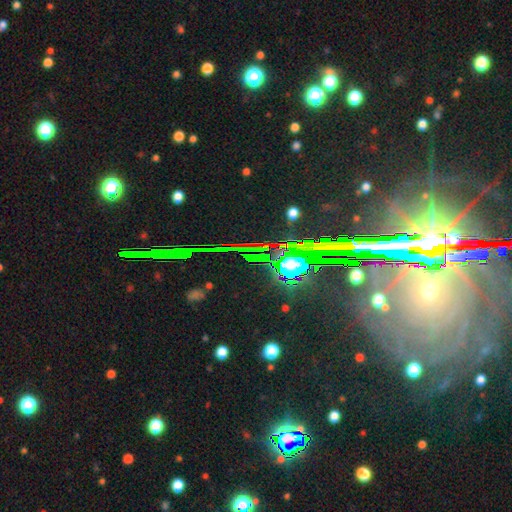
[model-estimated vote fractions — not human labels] This is clearly a star or artifact rather than a galaxy (81%).